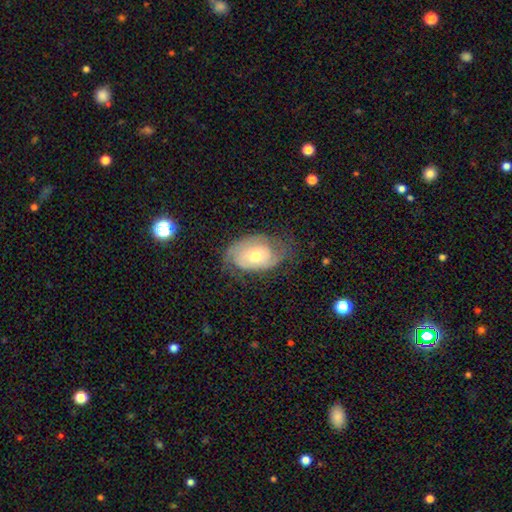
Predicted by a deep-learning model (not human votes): Smooth or featured? featured or disk (63%)
Edge-on disk? no (94%)
Bar? no (74%)
Spiral arms? yes (78%)
Bulge size? moderate (65%)
Merging? none (58%)